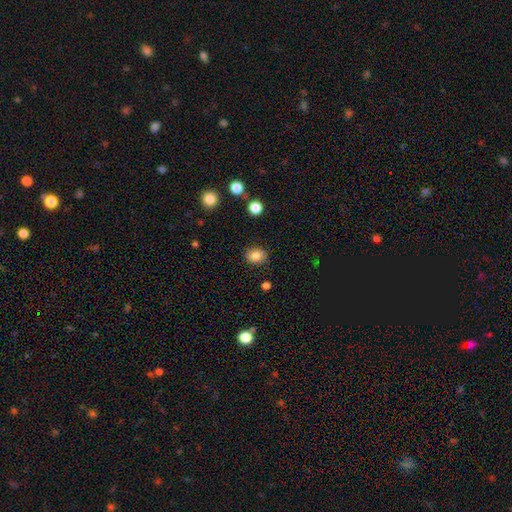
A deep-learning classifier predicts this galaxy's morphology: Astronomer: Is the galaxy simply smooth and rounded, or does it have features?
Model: smooth — 84%.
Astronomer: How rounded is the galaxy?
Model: round — 55% (runner-up: in between, 44%).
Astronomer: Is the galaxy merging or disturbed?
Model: none — 87%.